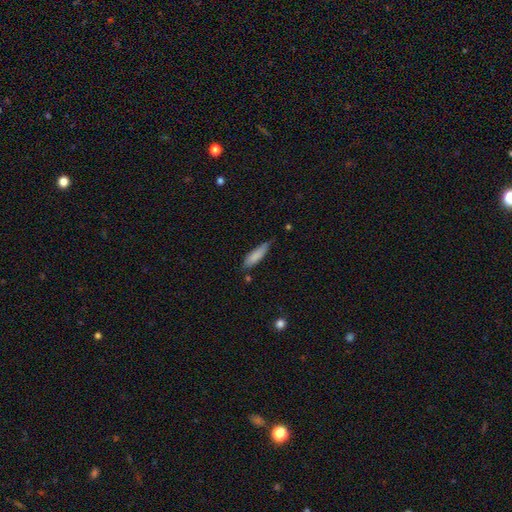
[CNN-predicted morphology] smooth_or_featured: smooth (p=0.83) [alt: featured or disk p=0.10]
how_rounded: cigar-shaped (p=0.61) [alt: in between p=0.37]
merging: none (p=0.61) [alt: minor disturbance p=0.31]